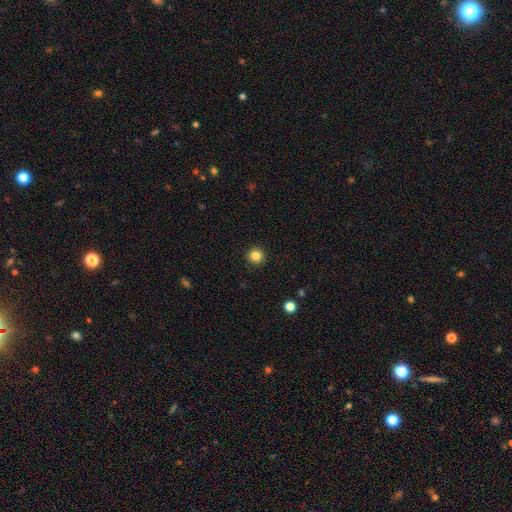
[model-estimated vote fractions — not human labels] A smooth galaxy with no disk features (84%) that is round (95%). Merging: none (93%).